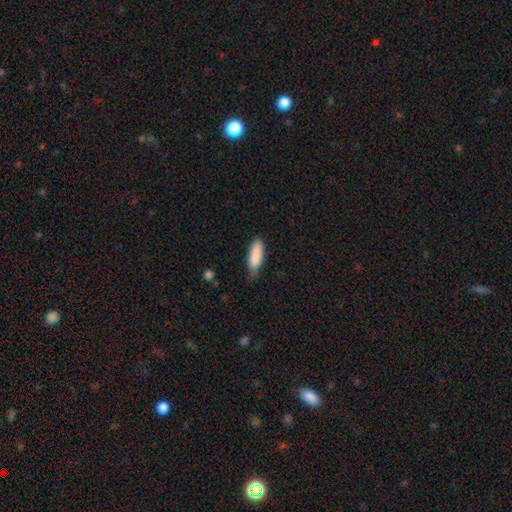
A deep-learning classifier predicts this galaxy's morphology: Smooth or featured: smooth — 87% (featured or disk — 7%)
How rounded: in between — 57% (cigar-shaped — 41%)
Merging: none — 60% (minor disturbance — 33%)